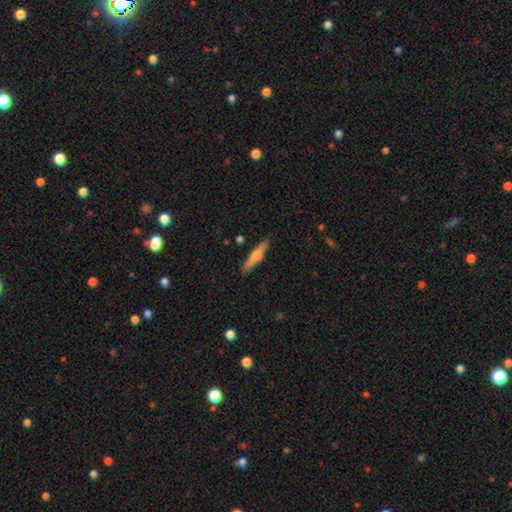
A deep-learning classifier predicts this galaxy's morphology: A smooth galaxy with no disk features (67%) that is cigar-shaped (88%). Merging: none (86%).